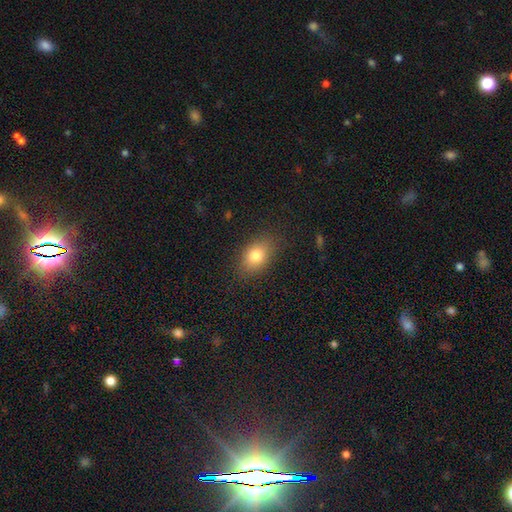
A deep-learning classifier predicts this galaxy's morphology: This is likely a smooth galaxy (79%). How rounded: likely in between (78%). Merging: clearly none (84%).